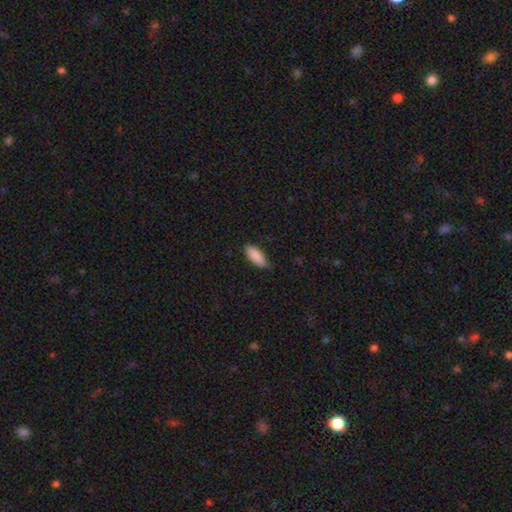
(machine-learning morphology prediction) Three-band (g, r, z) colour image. It shows a smooth galaxy with no disk features (89%) that is in between round and cigar-shaped (79%). Merging: none (78%).